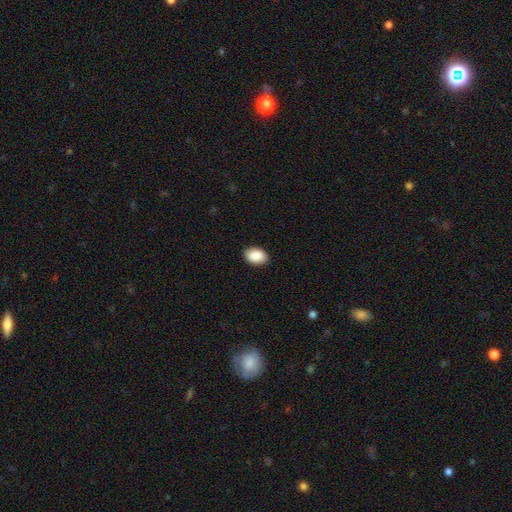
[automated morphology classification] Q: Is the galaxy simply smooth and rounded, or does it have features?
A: smooth — 90%.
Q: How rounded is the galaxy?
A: in between — 89%.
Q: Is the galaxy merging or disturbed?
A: none — 89%.